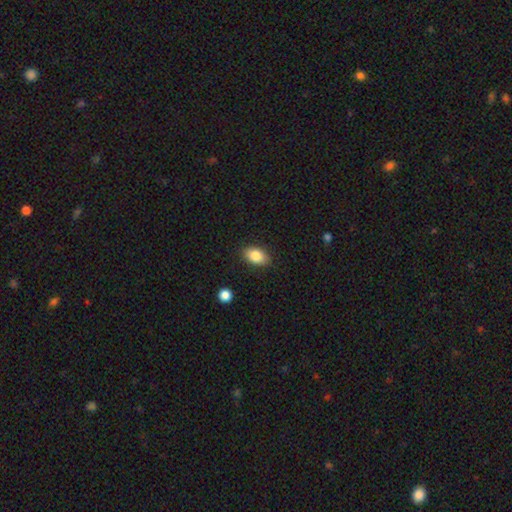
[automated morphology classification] A smooth galaxy with no disk features (85%) that is in between round and cigar-shaped (88%).

Vote fractions:
- Smooth or featured? smooth: 85% / star or artifact: 8% / featured or disk: 7%
- How rounded? in between: 88% / round: 10% / cigar-shaped: 2%
- Merging? none: 86% / minor disturbance: 10% / major disturbance: 2% / merger: 1%